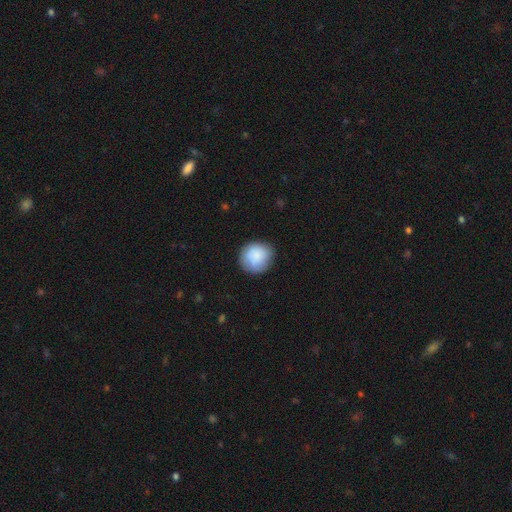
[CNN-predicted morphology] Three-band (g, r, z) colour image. It shows a smooth galaxy with no disk features (86%) that is round (86%). Merging: none (80%).